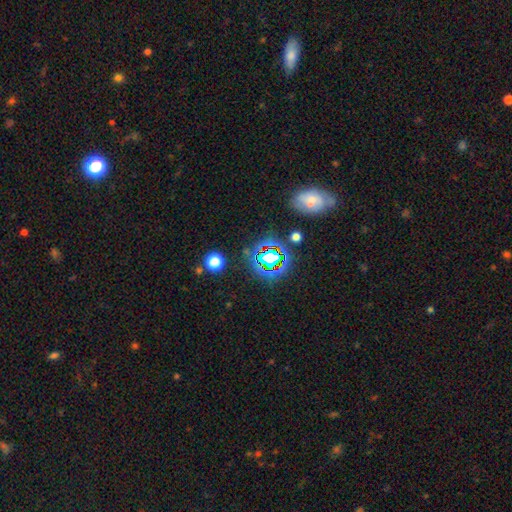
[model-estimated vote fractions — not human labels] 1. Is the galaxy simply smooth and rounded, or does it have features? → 64% star or artifact, 23% smooth, 13% featured or disk.